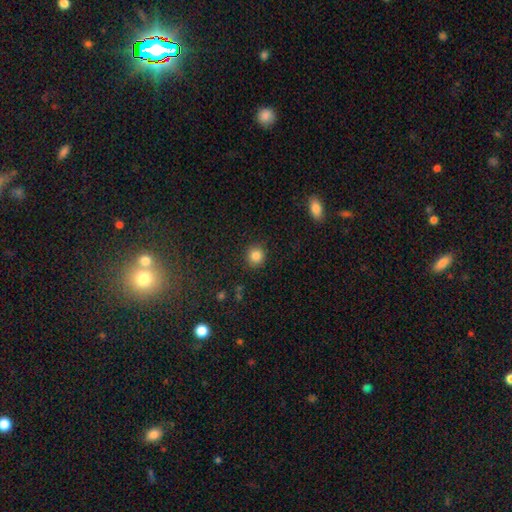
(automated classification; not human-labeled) smooth 85%, star or artifact 10%, featured or disk 5%. Down the decision tree: how rounded — round (90%); merging — none (89%).